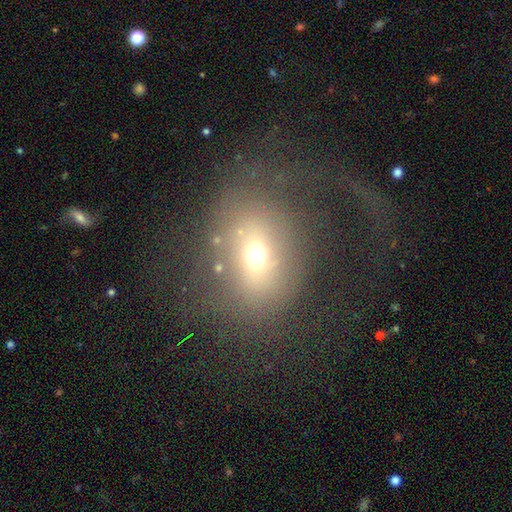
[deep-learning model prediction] Overall: smooth (53%; featured or disk 32%). How rounded: round (50%; in between 48%). Merging: major disturbance (45%; none 36%).